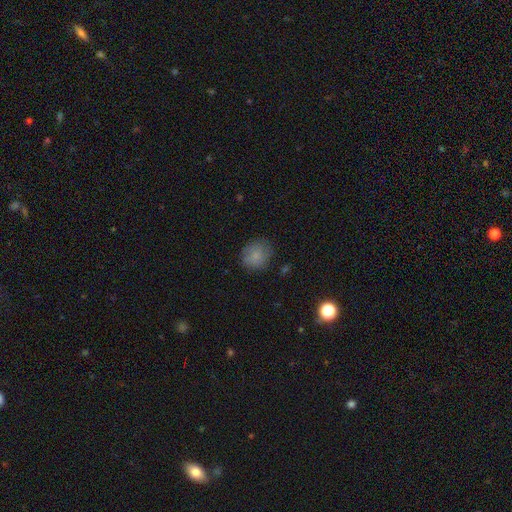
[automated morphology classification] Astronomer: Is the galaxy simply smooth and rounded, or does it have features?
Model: smooth — 79%.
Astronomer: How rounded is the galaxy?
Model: round — 74%.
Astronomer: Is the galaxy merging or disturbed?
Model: none — 76%.